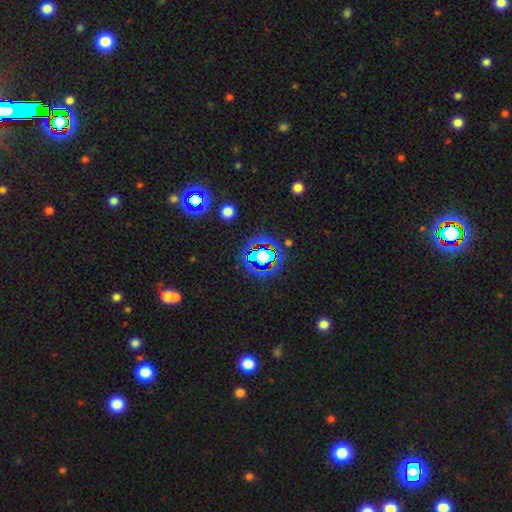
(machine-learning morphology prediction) Smooth or featured?
  - star or artifact: 77% *
  - smooth: 14%
  - featured or disk: 9%